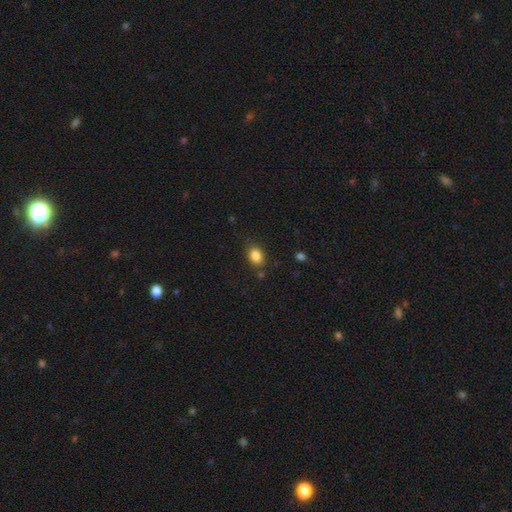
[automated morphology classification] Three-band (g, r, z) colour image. It shows a smooth galaxy with no disk features (86%) that is in between round and cigar-shaped (72%). Merging: none (79%).